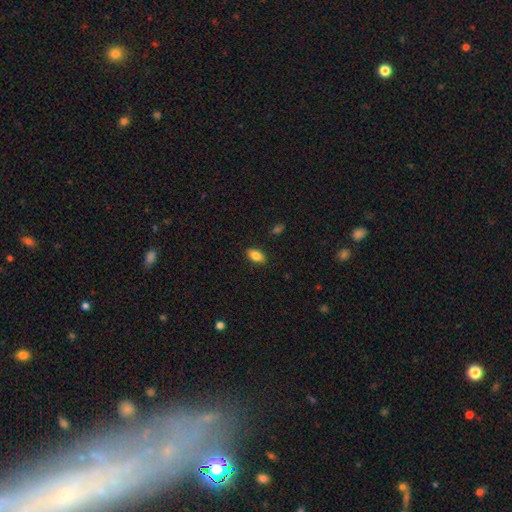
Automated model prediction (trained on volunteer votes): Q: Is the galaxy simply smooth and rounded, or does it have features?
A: smooth — 85%.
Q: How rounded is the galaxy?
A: in between — 90%.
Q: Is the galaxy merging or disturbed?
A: none — 88%.